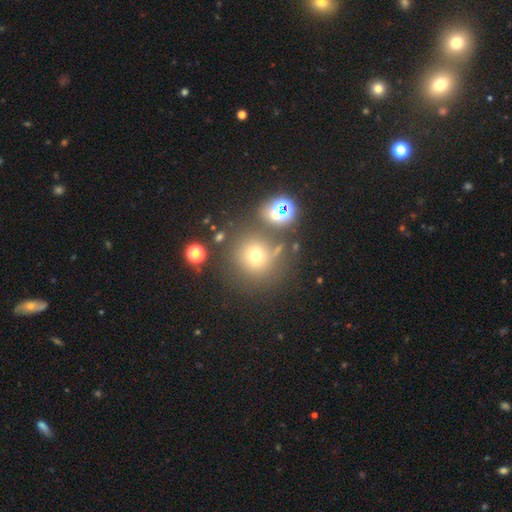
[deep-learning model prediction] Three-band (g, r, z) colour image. It shows a smooth galaxy with no disk features (65%) that is round (93%). Merging: none (73%).